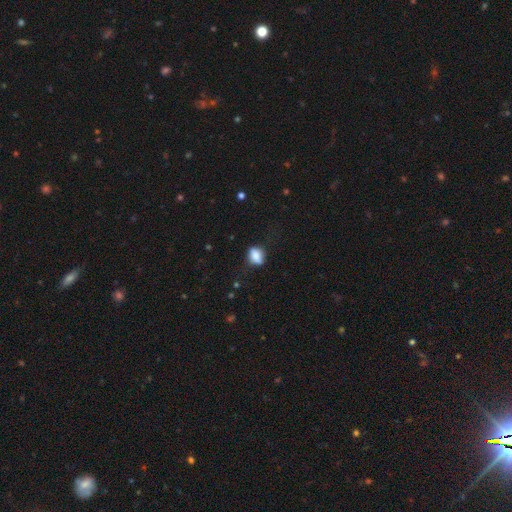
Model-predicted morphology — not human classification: Smooth or featured? Predicted: smooth (p=0.81). How rounded? Predicted: in between (p=0.71). Merging? Predicted: none (p=0.62).